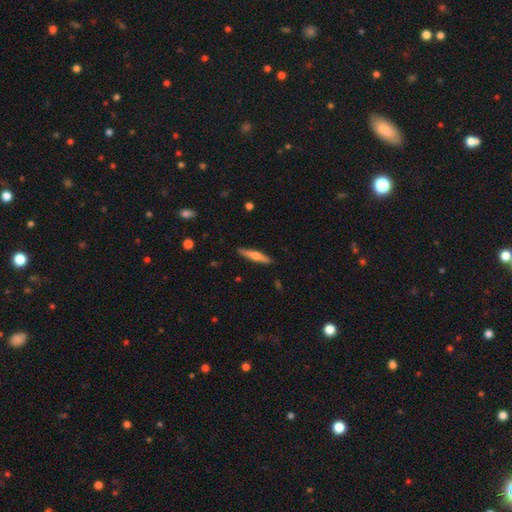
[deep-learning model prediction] smooth 53%, featured or disk 42%, star or artifact 6%. Down the decision tree: how rounded — cigar-shaped (88%); merging — none (90%).